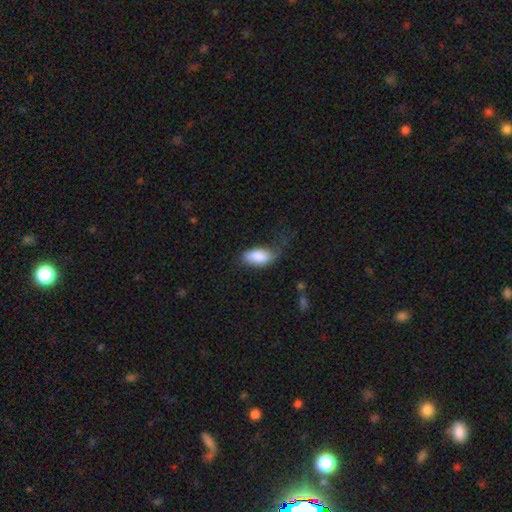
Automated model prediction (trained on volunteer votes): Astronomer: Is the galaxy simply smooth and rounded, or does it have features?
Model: smooth — 84%.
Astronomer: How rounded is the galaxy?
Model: in between — 93%.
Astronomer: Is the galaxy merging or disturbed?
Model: minor disturbance — 34% (runner-up: none, 32%).